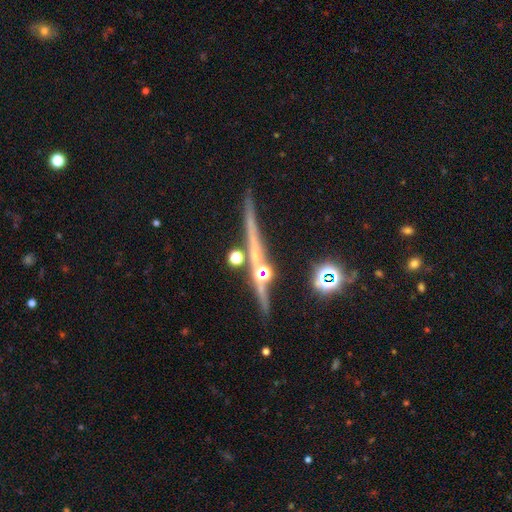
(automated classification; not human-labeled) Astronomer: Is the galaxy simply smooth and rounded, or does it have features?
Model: featured or disk — 55%.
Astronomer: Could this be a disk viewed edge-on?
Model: yes — 94%.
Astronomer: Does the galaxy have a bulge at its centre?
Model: none — 64%.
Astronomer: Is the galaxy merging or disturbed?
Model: none — 80%.